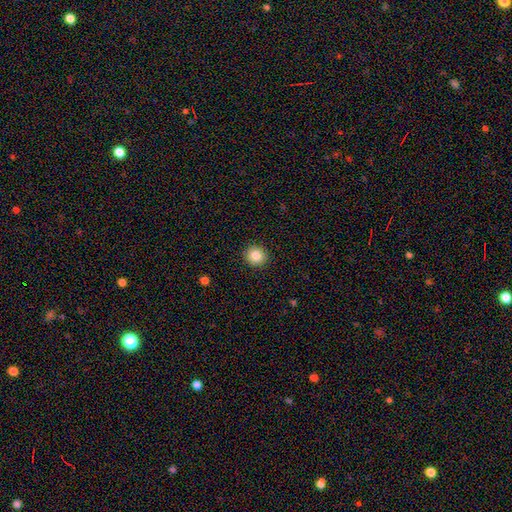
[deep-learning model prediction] Smooth or featured?
  - smooth: 84% *
  - star or artifact: 10%
  - featured or disk: 6%
How rounded?
  - round: 92% *
  - in between: 7%
  - cigar-shaped: 1%
Merging?
  - none: 92% *
  - minor disturbance: 5%
  - major disturbance: 2%
  - merger: 1%